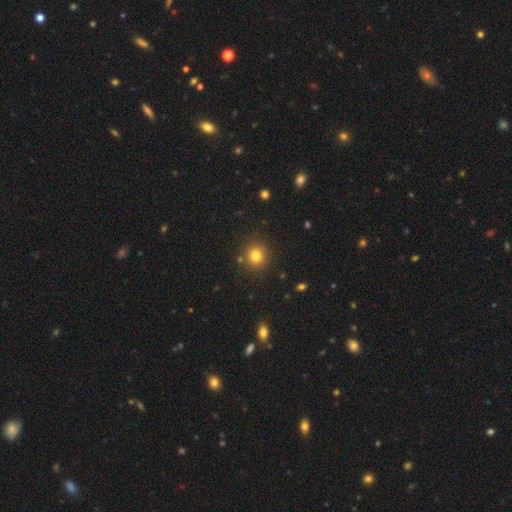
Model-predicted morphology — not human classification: Smooth or featured? Predicted: smooth (p=0.80). How rounded? Predicted: round (p=0.89). Merging? Predicted: none (p=0.86).